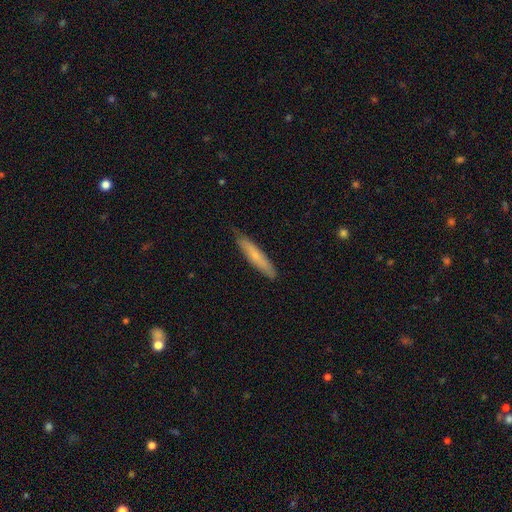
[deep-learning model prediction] Overall: smooth (65%; featured or disk 29%). How rounded: cigar-shaped (92%). Merging: none (82%).